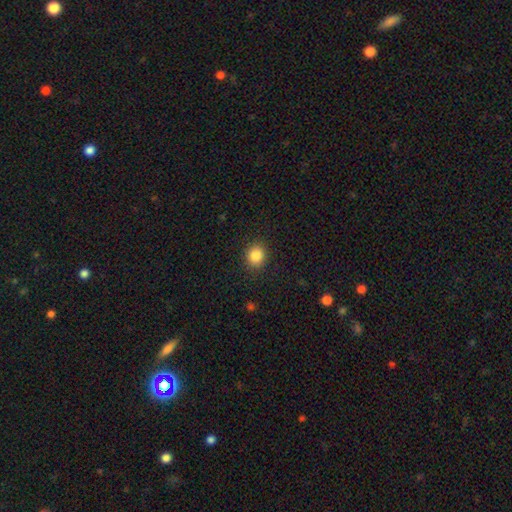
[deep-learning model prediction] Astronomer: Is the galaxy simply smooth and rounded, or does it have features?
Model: smooth — 85%.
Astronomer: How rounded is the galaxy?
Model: round — 79%.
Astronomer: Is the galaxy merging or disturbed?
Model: none — 90%.